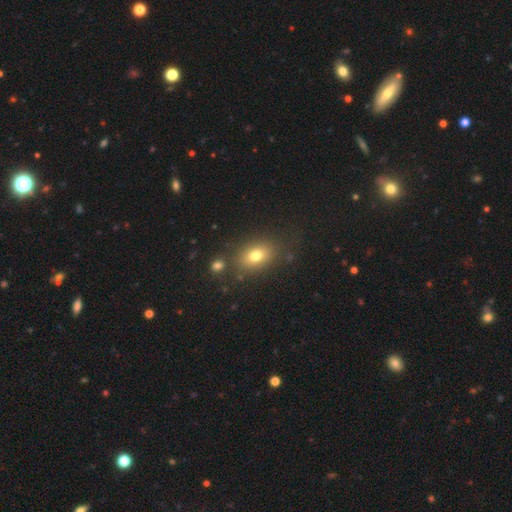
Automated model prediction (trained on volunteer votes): Smooth or featured?
  - smooth: 76% *
  - featured or disk: 12%
  - star or artifact: 12%
How rounded?
  - in between: 75% *
  - round: 23%
  - cigar-shaped: 2%
Merging?
  - none: 77% *
  - minor disturbance: 12%
  - merger: 6%
  - major disturbance: 5%